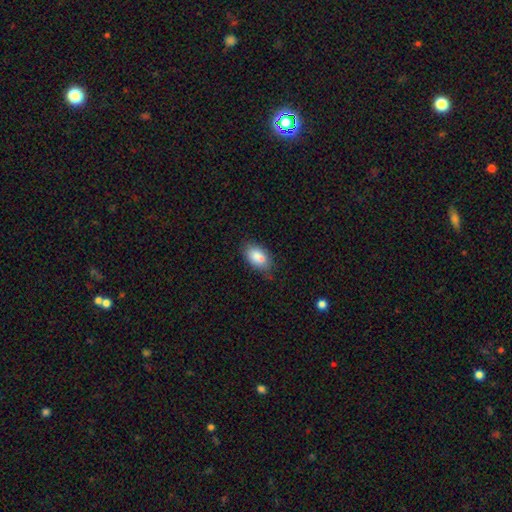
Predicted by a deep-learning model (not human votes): Smooth or featured: smooth — 85% (featured or disk — 7%)
How rounded: in between — 92% (round — 6%)
Merging: none — 67% (minor disturbance — 24%)